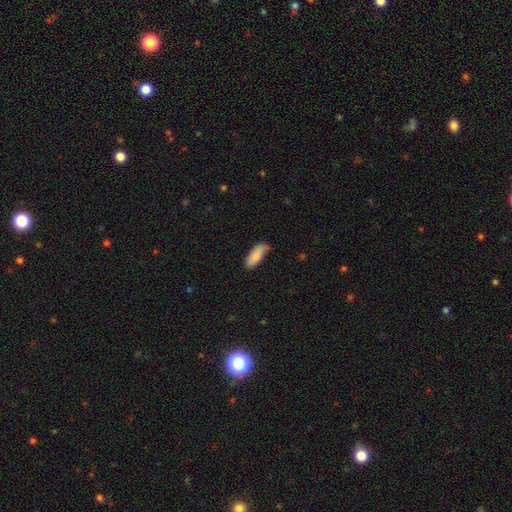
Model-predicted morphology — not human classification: A smooth galaxy with no disk features (84%) that is in between round and cigar-shaped (74%). Merging: none (70%).